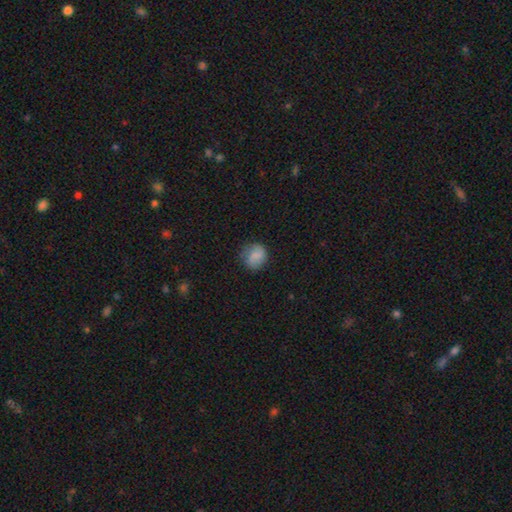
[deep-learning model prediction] smooth 78%, featured or disk 13%, star or artifact 8%. Down the decision tree: how rounded — round (78%); merging — none (69%).